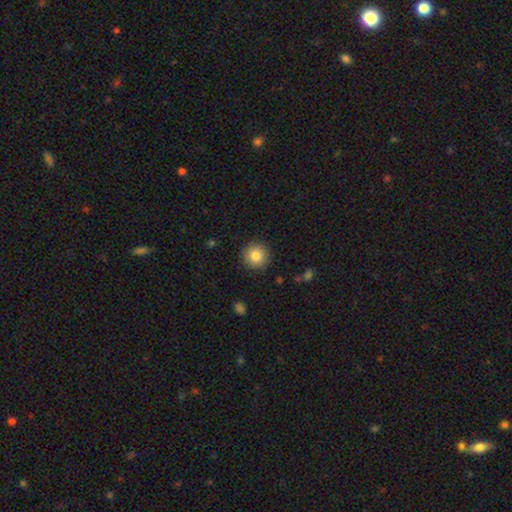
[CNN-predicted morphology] Smooth or featured? Predicted: smooth (p=0.83). How rounded? Predicted: round (p=0.95). Merging? Predicted: none (p=0.90).